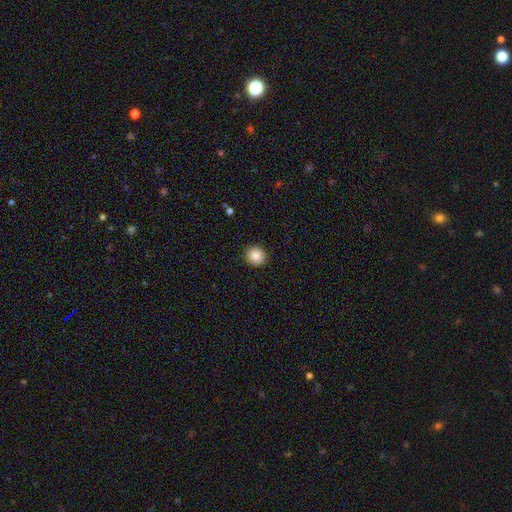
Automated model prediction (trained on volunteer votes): Smooth or featured? Predicted: smooth (p=0.87). How rounded? Predicted: round (p=0.85). Merging? Predicted: none (p=0.91).